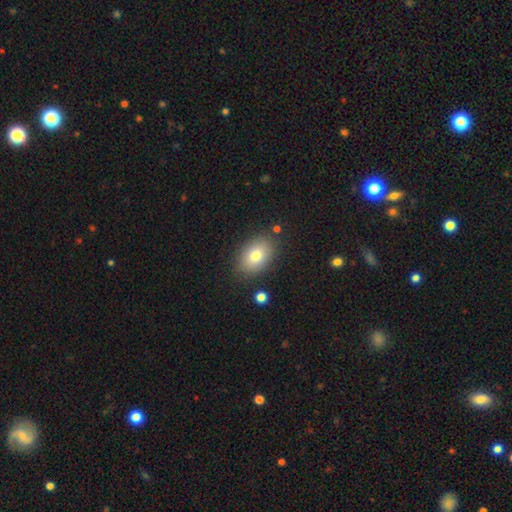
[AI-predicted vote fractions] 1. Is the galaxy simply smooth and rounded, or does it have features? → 78% smooth, 13% featured or disk, 9% star or artifact.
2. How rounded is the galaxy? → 83% in between, 15% round, 1% cigar-shaped.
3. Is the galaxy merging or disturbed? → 83% none, 11% minor disturbance, 3% major disturbance, 3% merger.